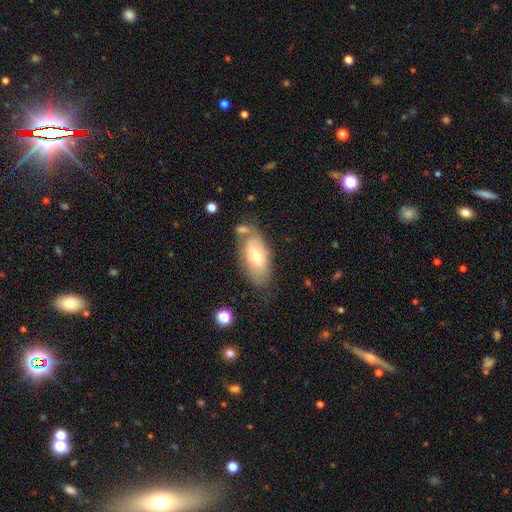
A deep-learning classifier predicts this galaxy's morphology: smooth 54%, featured or disk 39%, star or artifact 7%. Down the decision tree: how rounded — in between (89%); merging — none (54%).